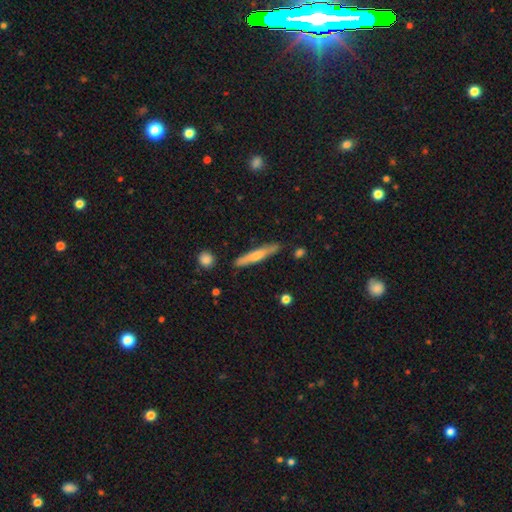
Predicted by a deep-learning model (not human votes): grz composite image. It shows a smooth galaxy with no disk features (52%) that is cigar-shaped (93%). Merging: none (85%).